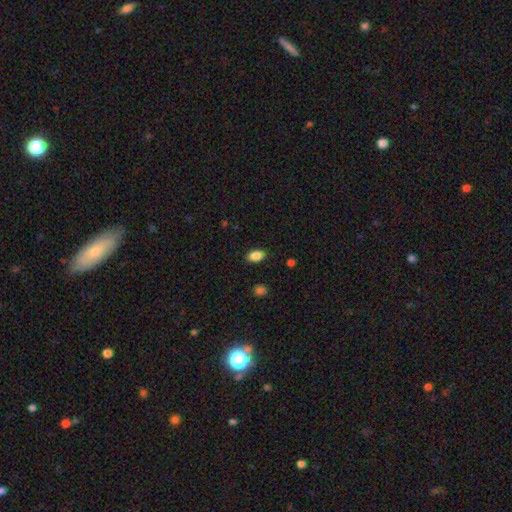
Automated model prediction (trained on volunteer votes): smooth-or-featured: smooth: 87% | star or artifact: 8% | featured or disk: 4%
  how-rounded: in between: 91% | round: 7% | cigar-shaped: 2%
  merging: none: 88% | minor disturbance: 9% | major disturbance: 2% | merger: 1%